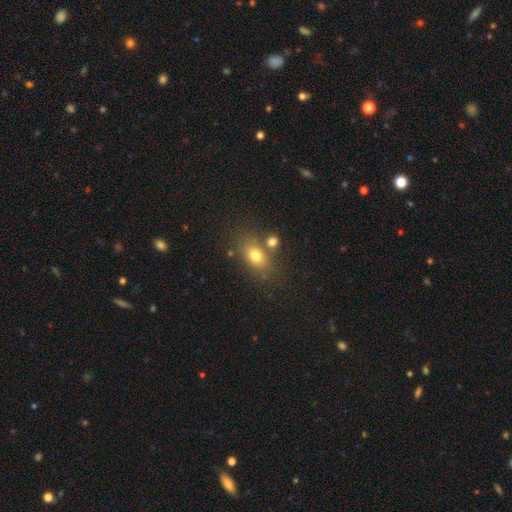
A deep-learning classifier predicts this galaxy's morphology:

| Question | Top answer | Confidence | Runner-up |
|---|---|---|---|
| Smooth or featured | smooth | 75% | featured or disk (13%) |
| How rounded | in between | 75% | round (22%) |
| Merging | none | 62% | merger (20%) |